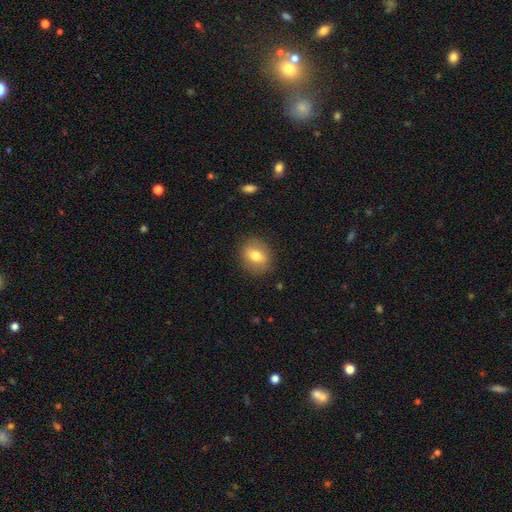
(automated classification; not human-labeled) smooth-or-featured: smooth: 72% | featured or disk: 19% | star or artifact: 8%
  how-rounded: round: 54% | in between: 45% | cigar-shaped: 1%
  merging: none: 85% | minor disturbance: 10% | major disturbance: 3% | merger: 1%